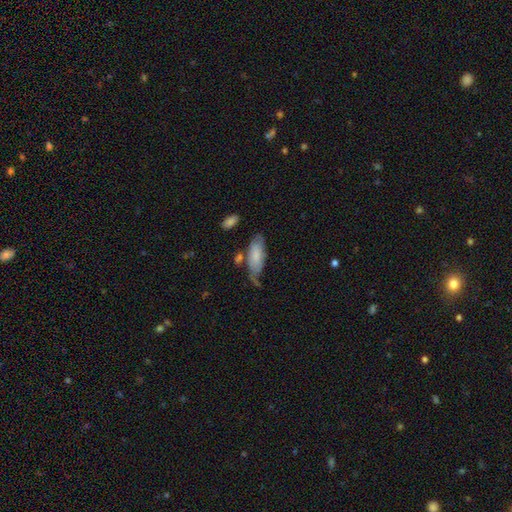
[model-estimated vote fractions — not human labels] smooth 68%, featured or disk 26%, star or artifact 6%. Down the decision tree: how rounded — in between (76%); merging — none (48%).